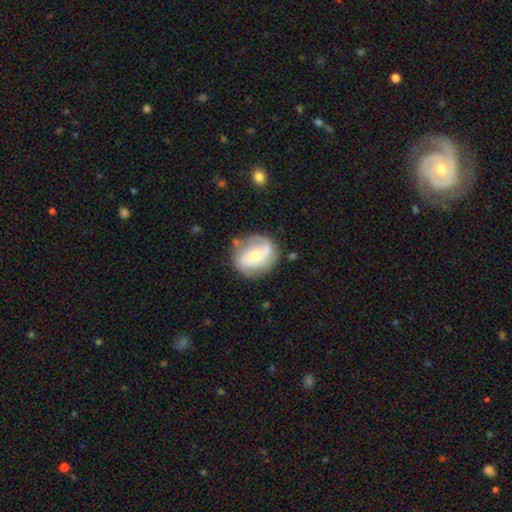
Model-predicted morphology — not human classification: Smooth or featured? Predicted: featured or disk (p=0.68). Edge-on disk? Predicted: no (p=0.97). Bar? Predicted: no (p=0.47). Spiral arms? Predicted: yes (p=0.84). Spiral winding? Predicted: medium (p=0.42). Spiral arm count? Predicted: 2 (p=0.74). Bulge size? Predicted: moderate (p=0.55). Merging? Predicted: none (p=0.70).